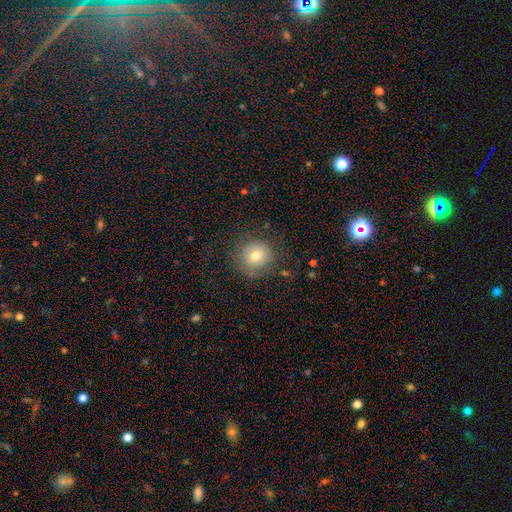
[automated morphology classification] Smooth or featured?
  - smooth: 74% *
  - featured or disk: 15%
  - star or artifact: 11%
How rounded?
  - round: 88% *
  - in between: 11%
  - cigar-shaped: 1%
Merging?
  - none: 77% *
  - minor disturbance: 15%
  - major disturbance: 7%
  - merger: 1%